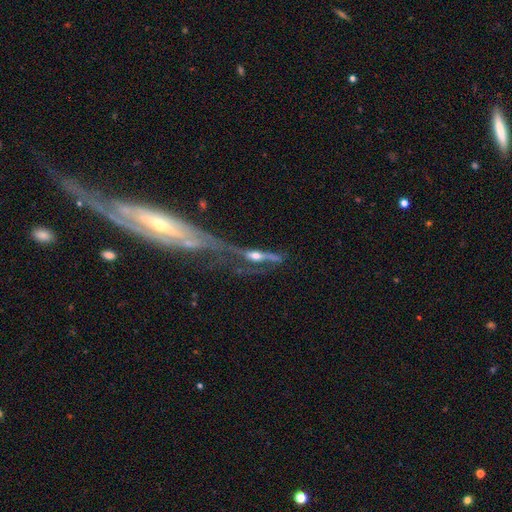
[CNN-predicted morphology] A featured or disk galaxy (72%) viewed edge-on (69%). Merging: merger (39%).